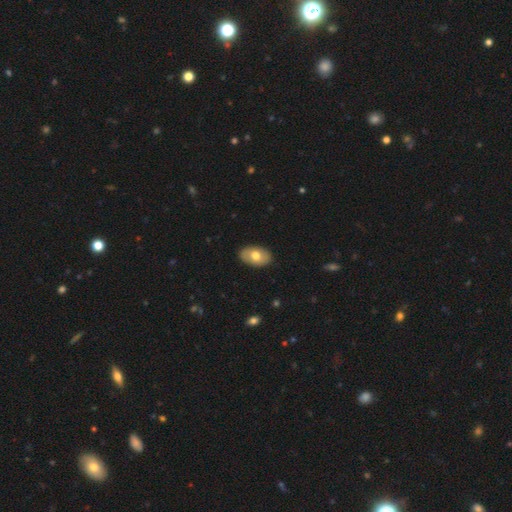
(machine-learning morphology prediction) smooth_or_featured: smooth (p=0.66) [alt: featured or disk p=0.28]
how_rounded: in between (p=0.91) [alt: round p=0.08]
merging: none (p=0.87) [alt: minor disturbance p=0.10]